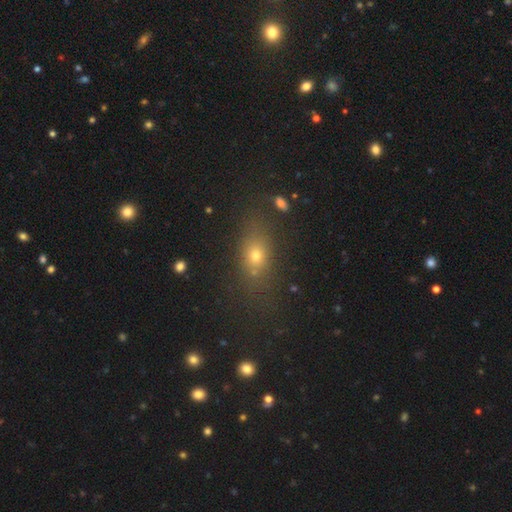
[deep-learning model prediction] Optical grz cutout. It shows a smooth galaxy with no disk features (65%) that is in between round and cigar-shaped (60%). Merging: none (72%).